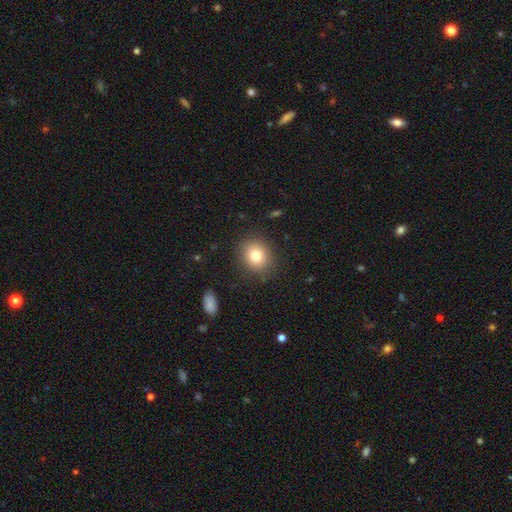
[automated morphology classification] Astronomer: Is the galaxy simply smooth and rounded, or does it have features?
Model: smooth — 79%.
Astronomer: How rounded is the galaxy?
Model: round — 73%.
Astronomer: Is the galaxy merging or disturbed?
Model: none — 87%.